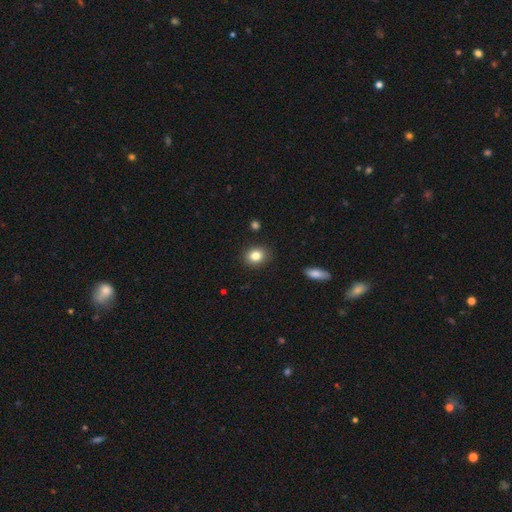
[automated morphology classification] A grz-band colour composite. It shows a smooth galaxy with no disk features (83%) that is round (63%). Merging: none (89%).